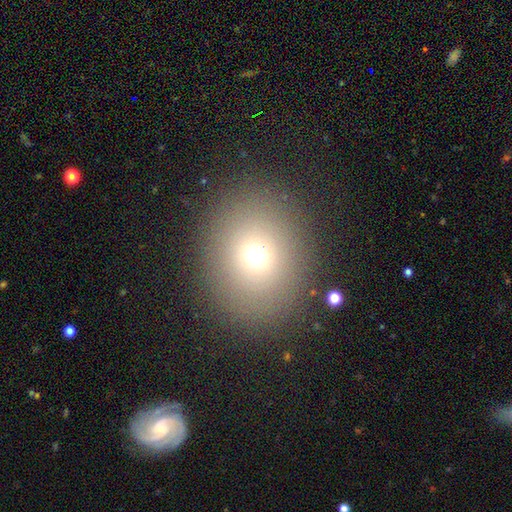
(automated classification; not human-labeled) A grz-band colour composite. It shows a smooth galaxy with no disk features (68%) that is round (65%). Merging: none (85%).